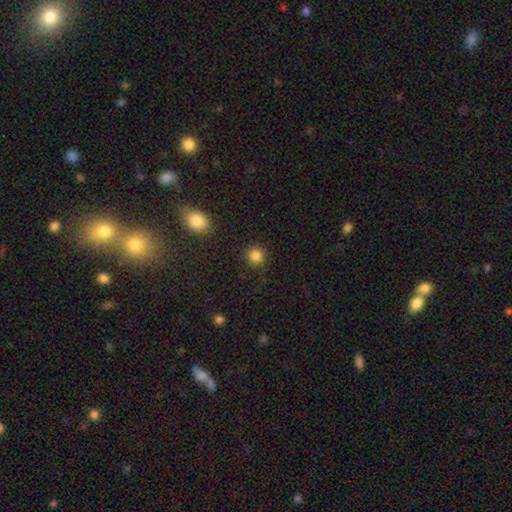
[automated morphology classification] Smooth or featured: smooth — 84% (star or artifact — 12%)
How rounded: round — 93% (in between — 6%)
Merging: none — 89% (minor disturbance — 7%)